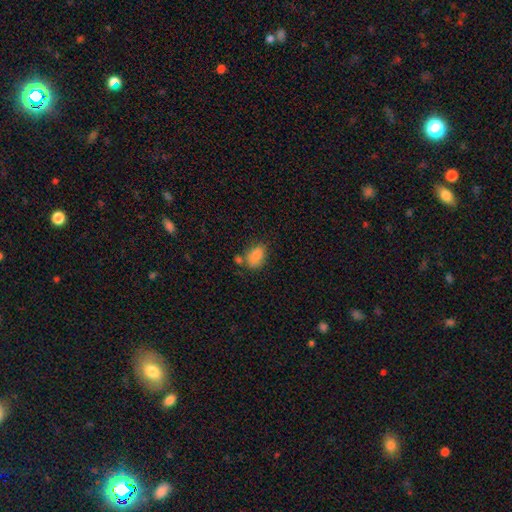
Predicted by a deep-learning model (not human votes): A smooth galaxy with no disk features (86%) that is in between round and cigar-shaped (88%). Merging: none (58%).